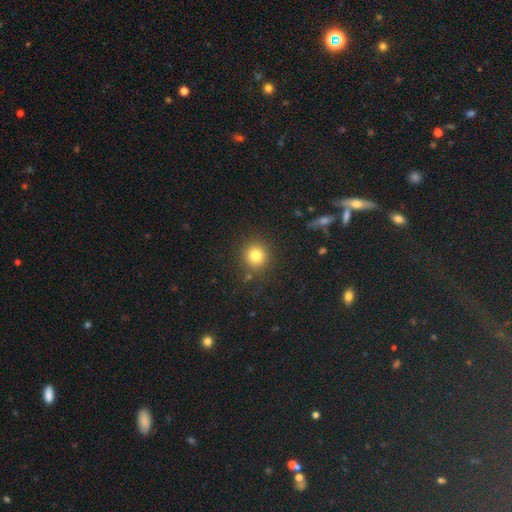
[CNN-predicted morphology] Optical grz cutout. It shows a smooth galaxy with no disk features (80%) that is round (92%). Merging: none (88%).